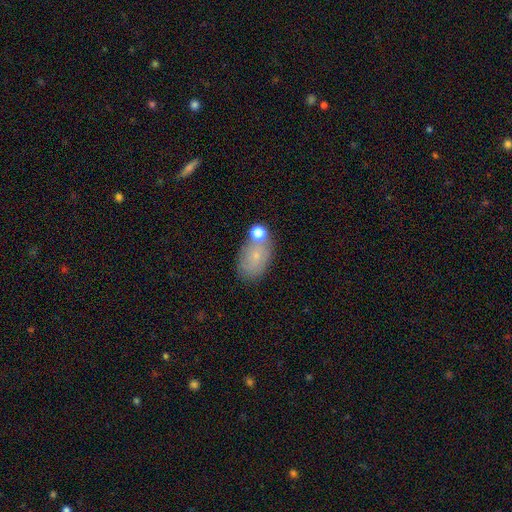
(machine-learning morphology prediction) This appears to be a smooth galaxy with no disk features (71%) that is in between round and cigar-shaped (83%). Merging: none (58%).